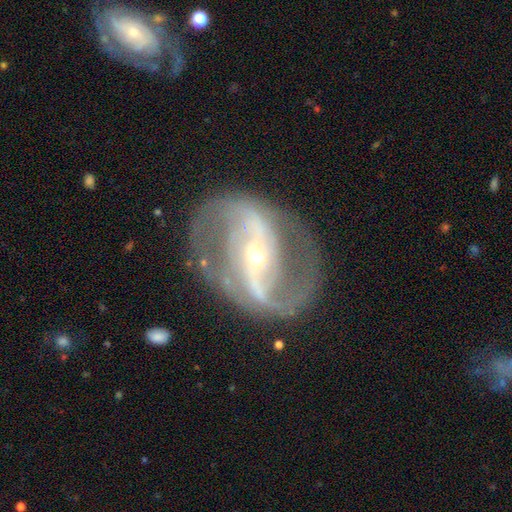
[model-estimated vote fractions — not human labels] The model was most divided on "spiral winding": medium: 49%, loose: 36%, tight: 15%. More confident: edge-on disk — no (97%); spiral arms — yes (95%); spiral arm count — 2 (91%); smooth or featured — featured or disk (90%); merging — none (77%); bulge size — small (66%); bar — strong (51%).